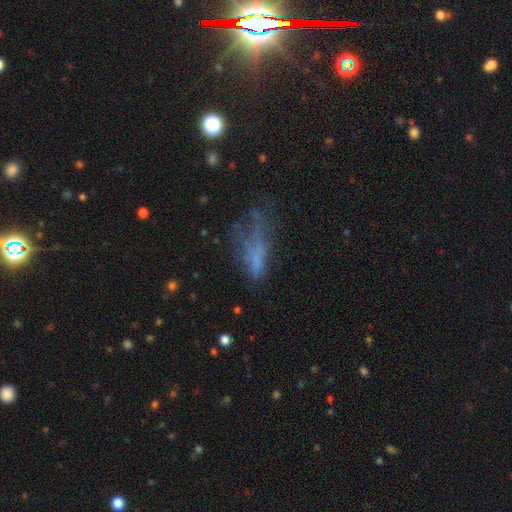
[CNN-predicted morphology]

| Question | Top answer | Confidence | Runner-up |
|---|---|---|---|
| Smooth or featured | smooth | 44% | featured or disk (35%) |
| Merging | major disturbance | 38% | none (34%) |